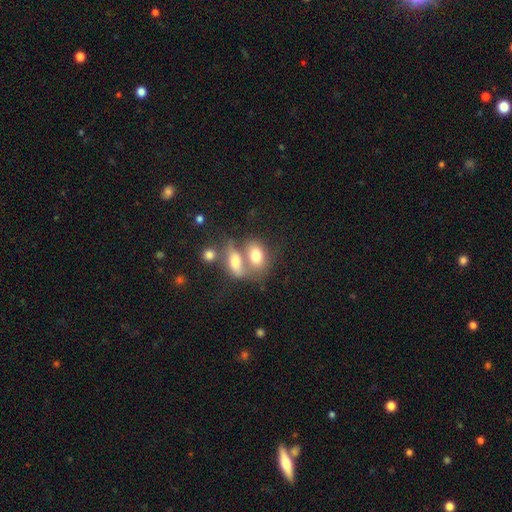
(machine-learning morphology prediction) This is likely a smooth galaxy (72%). How rounded: likely in between (80%). Merging: possibly merger (58%).